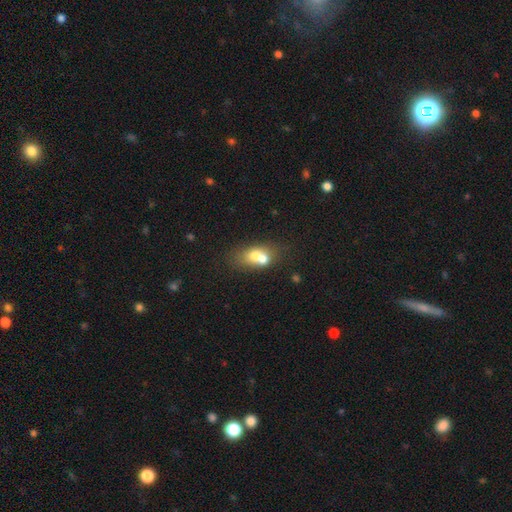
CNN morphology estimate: smooth 63%, featured or disk 27%, star or artifact 10%. Down the decision tree: how rounded — in between (65%); merging — merger (59%).